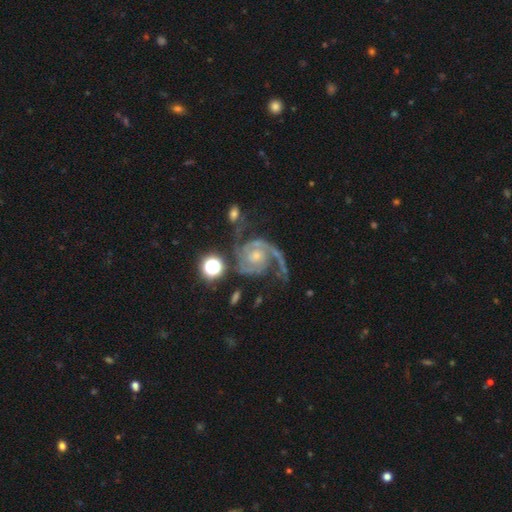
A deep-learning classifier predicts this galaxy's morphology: Smooth or featured? Predicted: featured or disk (p=0.91). Edge-on disk? Predicted: no (p=0.98). Bar? Predicted: no (p=0.69). Spiral arms? Predicted: yes (p=0.98). Spiral winding? Predicted: medium (p=0.48). Spiral arm count? Predicted: 2 (p=0.78). Bulge size? Predicted: small (p=0.59). Merging? Predicted: none (p=0.53).